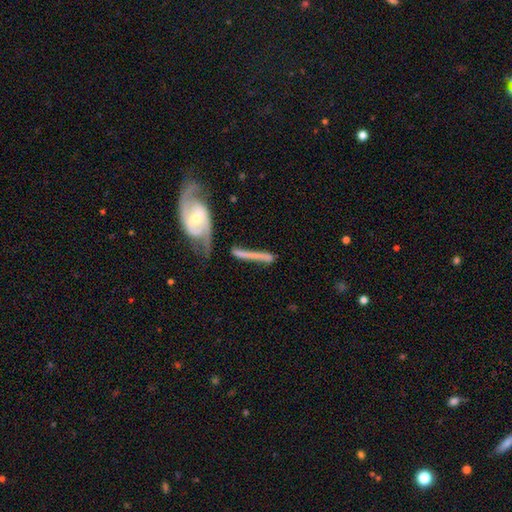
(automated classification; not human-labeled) Smooth or featured: featured or disk — 57% (smooth — 35%)
Edge-on disk: no — 51% (yes — 49%)
Merging: none — 46% (minor disturbance — 22%)